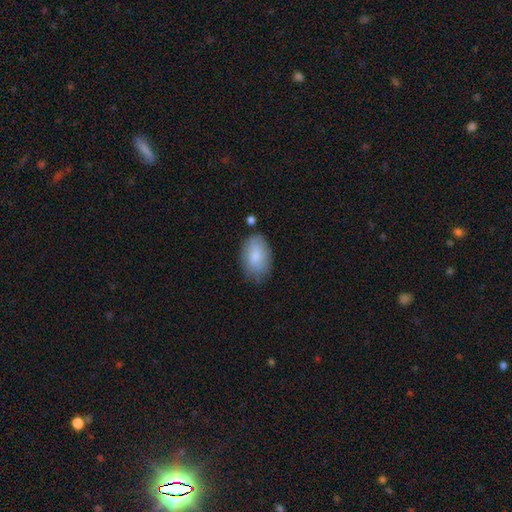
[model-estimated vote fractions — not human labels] Smooth or featured?
  - smooth: 82% *
  - featured or disk: 12%
  - star or artifact: 6%
How rounded?
  - in between: 91% *
  - round: 7%
  - cigar-shaped: 1%
Merging?
  - none: 71% *
  - minor disturbance: 21%
  - major disturbance: 5%
  - merger: 3%